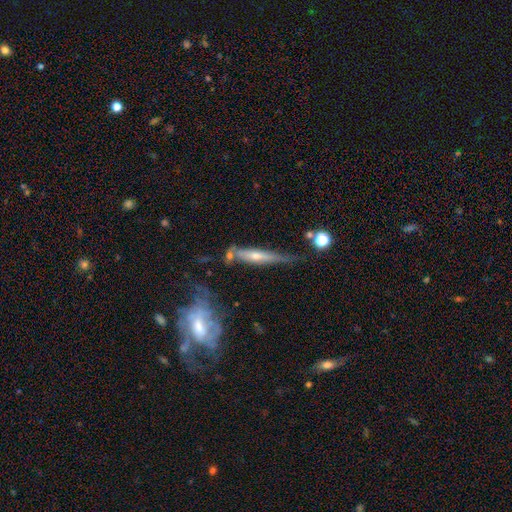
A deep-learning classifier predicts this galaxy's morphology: Smooth or featured: featured or disk — 65% (smooth — 27%)
Edge-on disk: yes — 84% (no — 16%)
Edge-on bulge: rounded — 68% (none — 23%)
Merging: none — 51% (minor disturbance — 27%)